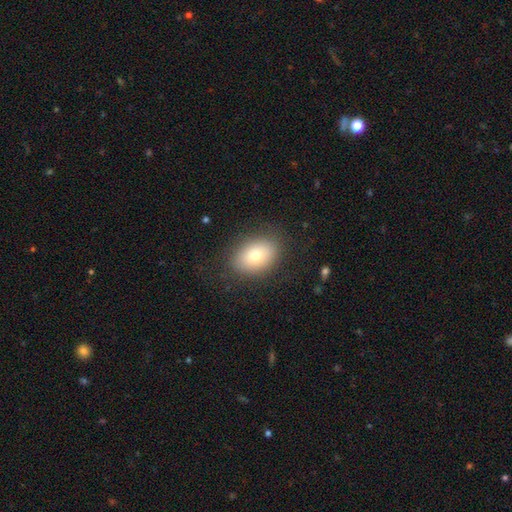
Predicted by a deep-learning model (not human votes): A smooth galaxy with no disk features (75%) that is in between round and cigar-shaped (76%).

Vote fractions:
- Smooth or featured? smooth: 75% / featured or disk: 15% / star or artifact: 10%
- How rounded? in between: 76% / round: 23% / cigar-shaped: 1%
- Merging? none: 84% / minor disturbance: 11% / major disturbance: 4% / merger: 1%